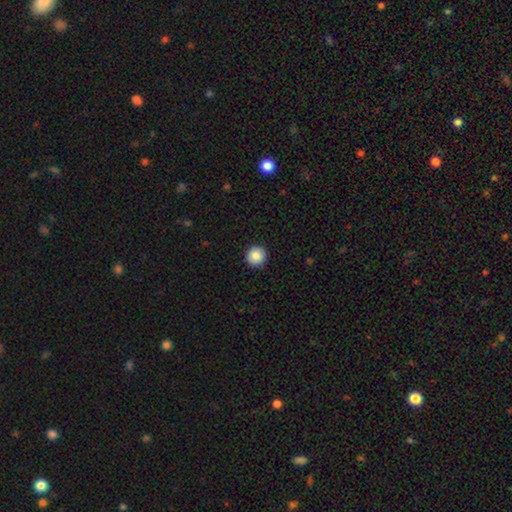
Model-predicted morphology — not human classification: Overall: smooth (86%). How rounded: round (95%). Merging: none (93%).